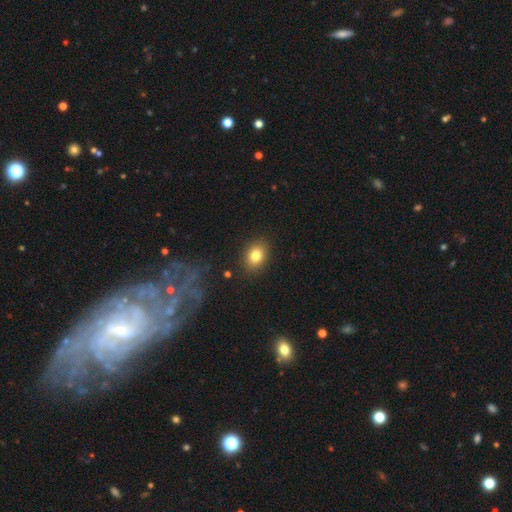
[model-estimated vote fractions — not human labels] The model was most divided on "how rounded": in between: 59%, round: 40%, cigar-shaped: 1%. More confident: merging — none (87%); smooth or featured — smooth (81%).